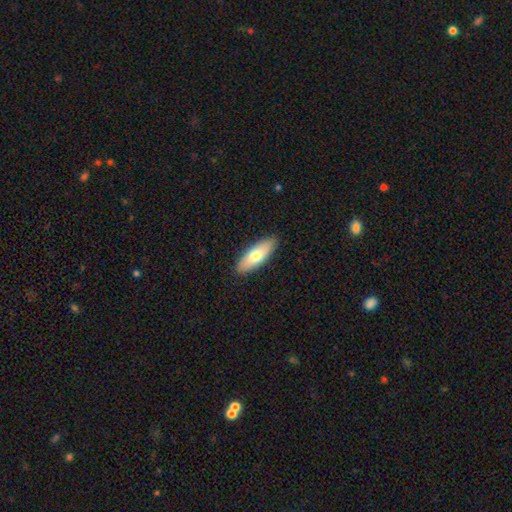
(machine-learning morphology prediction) This appears to be a smooth galaxy with no disk features (71%) that is in between round and cigar-shaped (70%). Merging: none (89%).